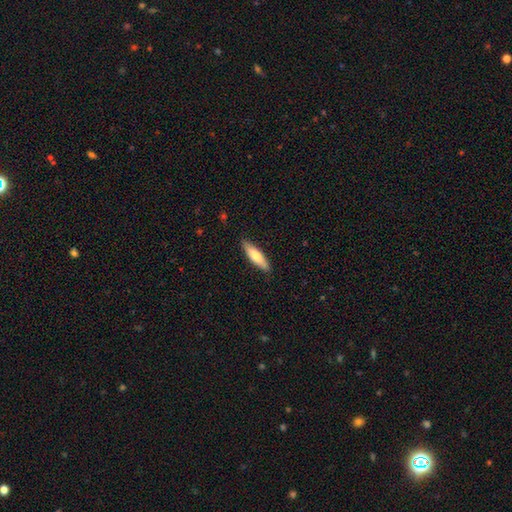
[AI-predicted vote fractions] smooth 67%, featured or disk 28%, star or artifact 5%. Down the decision tree: how rounded — cigar-shaped (69%); merging — none (87%).